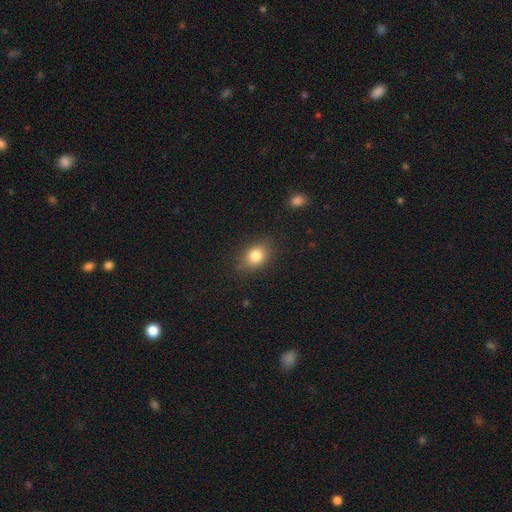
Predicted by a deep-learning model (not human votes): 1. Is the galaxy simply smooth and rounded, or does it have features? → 82% smooth, 10% star or artifact, 9% featured or disk.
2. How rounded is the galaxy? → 69% in between, 29% round, 2% cigar-shaped.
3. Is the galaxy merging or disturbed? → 82% none, 13% minor disturbance, 3% major disturbance, 1% merger.